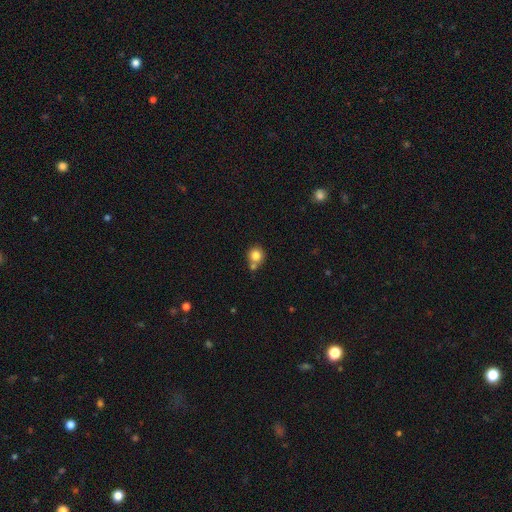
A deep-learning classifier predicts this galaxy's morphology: Smooth or featured: smooth — 81% (star or artifact — 10%)
How rounded: round — 89% (in between — 10%)
Merging: none — 58% (merger — 29%)